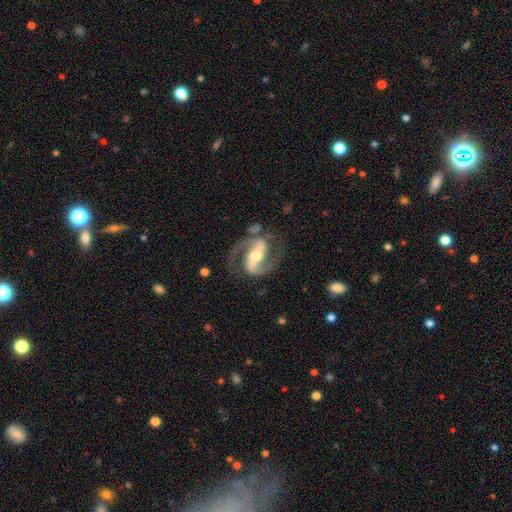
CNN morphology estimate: smooth-or-featured: featured or disk: 91% | smooth: 5% | star or artifact: 4%
  disk-edge-on: no: 97% | yes: 3%
    bar: strong: 63% | weak: 25% | no: 12%
    has-spiral-arms: yes: 97% | no: 3%
      spiral-winding: medium: 60% | loose: 21% | tight: 19%
      spiral-arm-count: 2: 93% | can't tell: 2% | 1: 2% | 3: 1% | 4: 1% | more than 4: 1%
    bulge-size: moderate: 58% | small: 31% | large: 8% | none: 2% | dominant: 1%
  merging: none: 75% | minor disturbance: 14% | major disturbance: 9% | merger: 2%